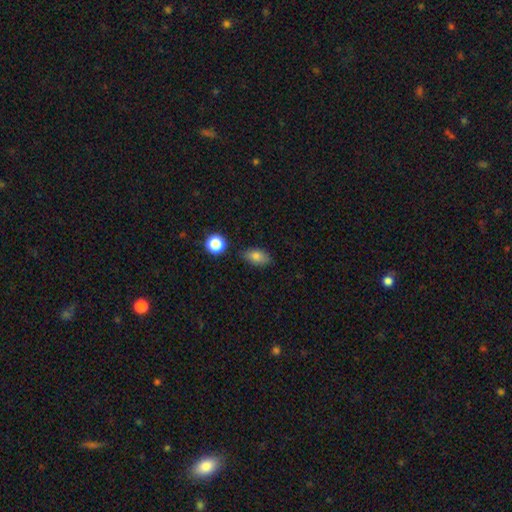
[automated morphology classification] Q: Smooth or featured?
A: smooth (79%); runner-up: featured or disk (11%)
Q: How rounded?
A: in between (85%); runner-up: round (11%)
Q: Merging?
A: none (80%); runner-up: minor disturbance (14%)